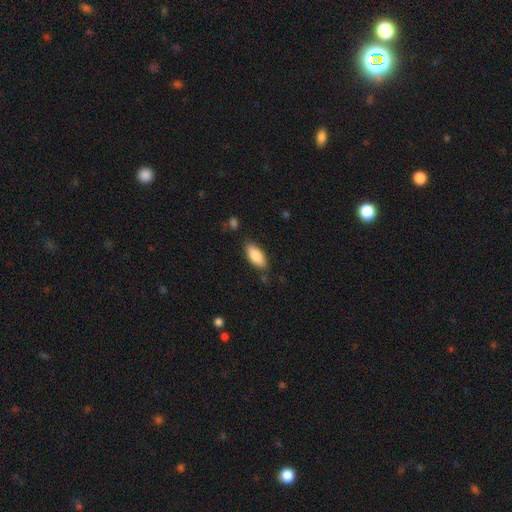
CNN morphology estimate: type=smooth (85%); roundness=in between (84%); merging=none (82%).